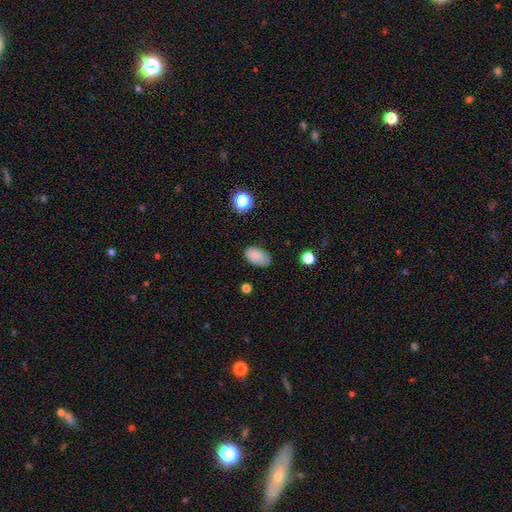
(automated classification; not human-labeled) The model was most divided on "merging": none: 78%, minor disturbance: 17%, major disturbance: 4%, merger: 1%. More confident: how rounded — in between (92%); smooth or featured — smooth (85%).